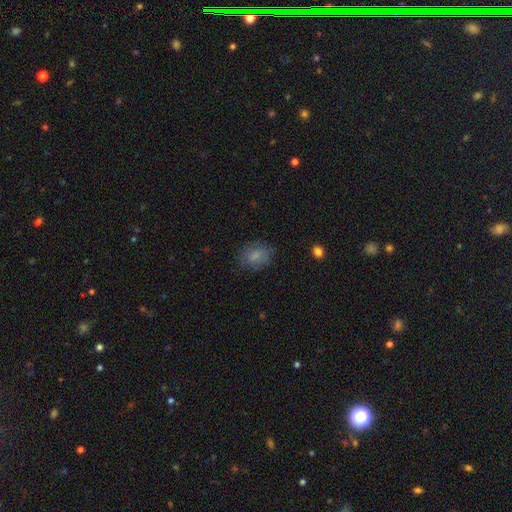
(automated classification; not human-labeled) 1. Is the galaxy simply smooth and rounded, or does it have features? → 79% smooth, 12% featured or disk, 9% star or artifact.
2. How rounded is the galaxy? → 63% in between, 35% round, 2% cigar-shaped.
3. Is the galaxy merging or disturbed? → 75% none, 17% minor disturbance, 6% major disturbance, 1% merger.